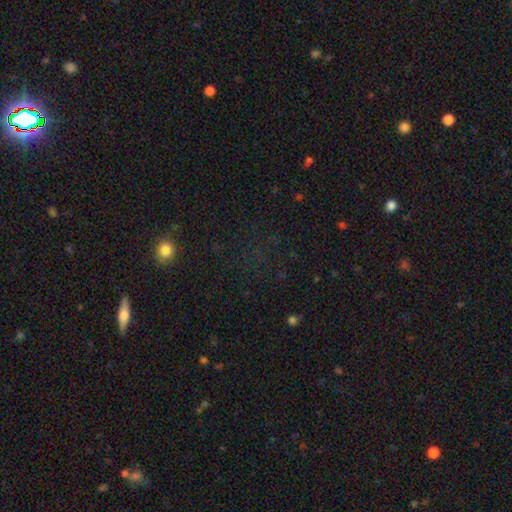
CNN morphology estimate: A star or artifact, not a galaxy (55%).

Vote fractions:
- Smooth or featured? star or artifact: 55% / smooth: 32% / featured or disk: 13%